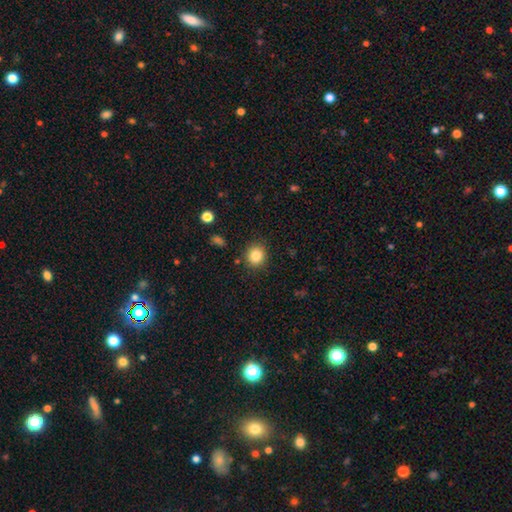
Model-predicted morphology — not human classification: The model was most divided on "how rounded": round: 83%, in between: 16%, cigar-shaped: 1%. More confident: merging — none (88%); smooth or featured — smooth (84%).